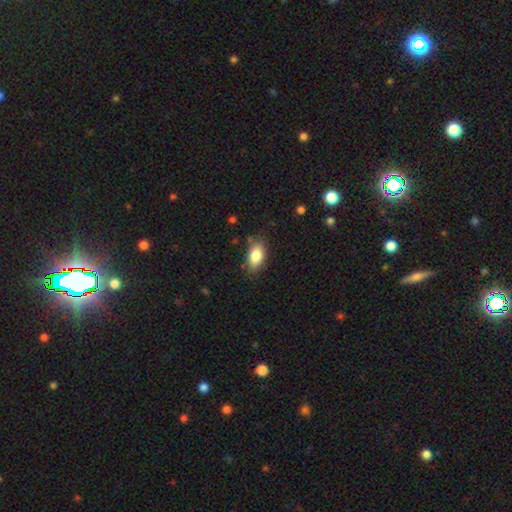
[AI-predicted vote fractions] smooth_or_featured: smooth (p=0.85) [alt: featured or disk p=0.08]
how_rounded: in between (p=0.90) [alt: cigar-shaped p=0.05]
merging: none (p=0.81) [alt: minor disturbance p=0.14]